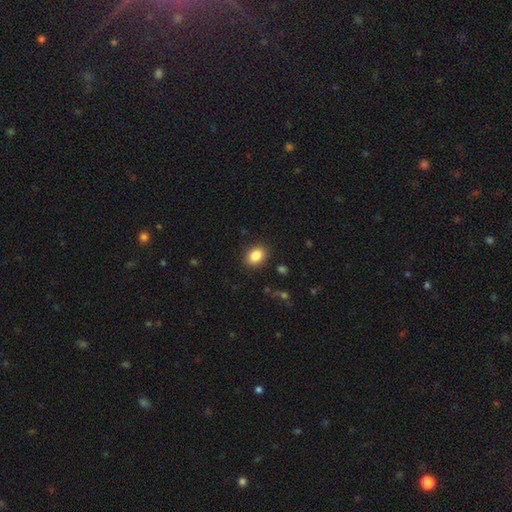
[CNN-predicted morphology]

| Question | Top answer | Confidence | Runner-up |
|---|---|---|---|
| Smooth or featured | smooth | 86% | star or artifact (9%) |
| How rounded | in between | 60% | round (39%) |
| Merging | none | 88% | minor disturbance (8%) |